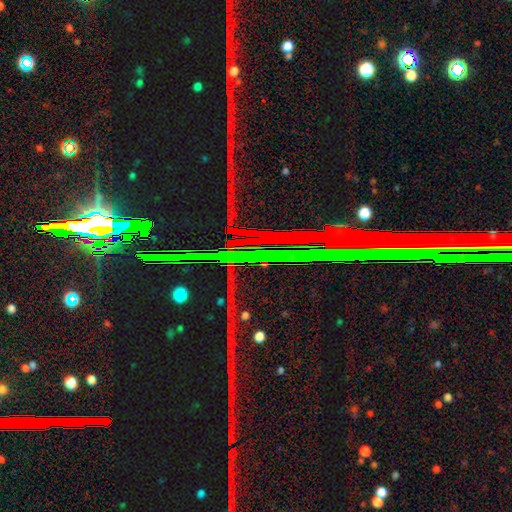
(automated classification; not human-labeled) Smooth or featured? Predicted: star or artifact (p=0.83).